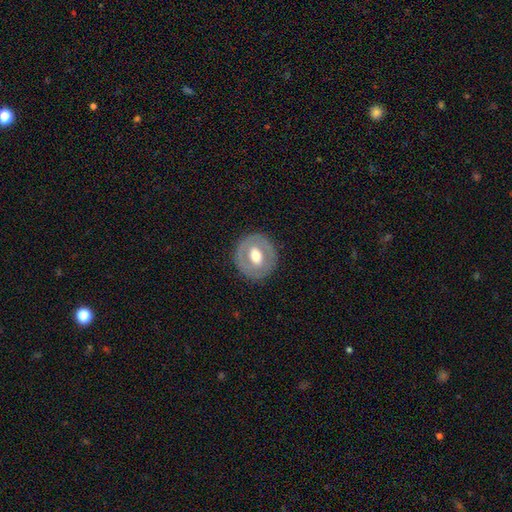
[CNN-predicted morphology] Overall: featured or disk (50%; smooth 44%). Edge-on disk: no (94%). Merging: none (84%).